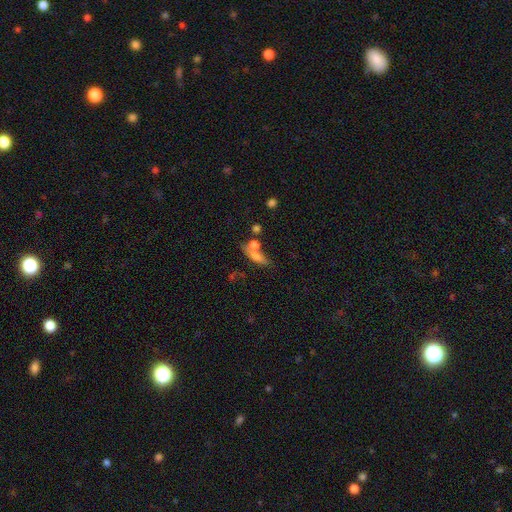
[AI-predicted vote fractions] Overall: smooth (64%; featured or disk 24%). How rounded: cigar-shaped (48%; in between 41%). Merging: none (45%; merger 30%).